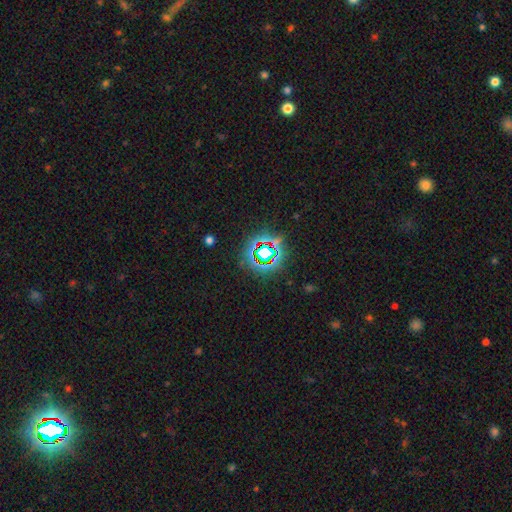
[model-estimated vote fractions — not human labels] smooth_or_featured: star or artifact (p=0.72) [alt: smooth p=0.19]